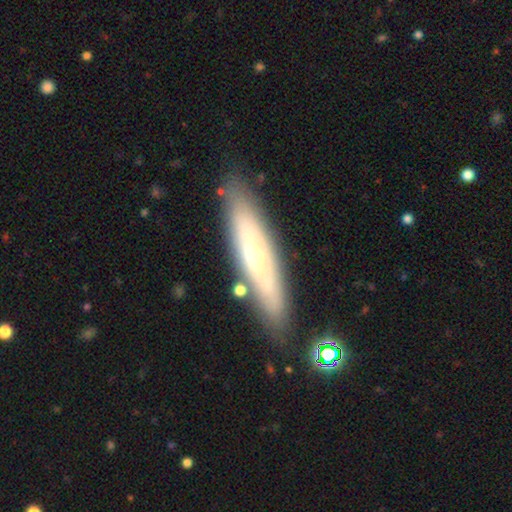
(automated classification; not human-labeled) smooth_or_featured: featured or disk (p=0.60) [alt: smooth p=0.33]
disk_edge_on: no (p=0.51) [alt: yes p=0.49]
merging: none (p=0.83) [alt: minor disturbance p=0.11]